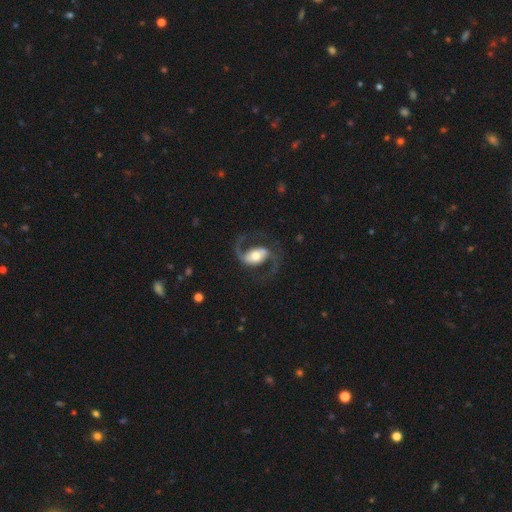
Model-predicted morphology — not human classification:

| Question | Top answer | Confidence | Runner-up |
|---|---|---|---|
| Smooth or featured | featured or disk | 88% | smooth (8%) |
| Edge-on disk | no | 97% | yes (3%) |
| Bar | weak | 35% | strong (34%) |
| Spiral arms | yes | 96% | no (4%) |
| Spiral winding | medium | 51% | loose (40%) |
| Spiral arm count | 2 | 93% | 1 (3%) |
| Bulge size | moderate | 63% | large (20%) |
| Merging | none | 74% | major disturbance (12%) |